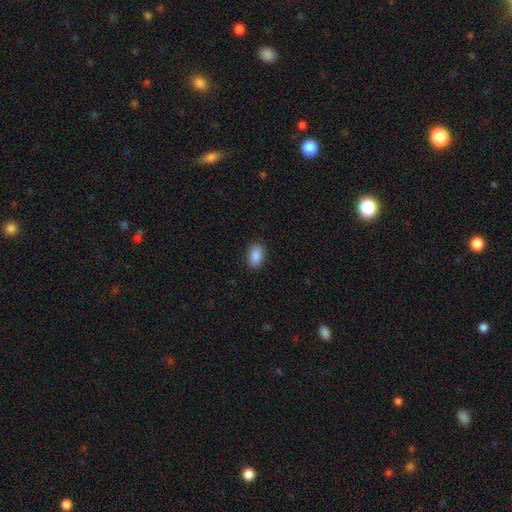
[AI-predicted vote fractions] smooth_or_featured: smooth (p=0.89) [alt: star or artifact p=0.07]
how_rounded: in between (p=0.87) [alt: round p=0.12]
merging: none (p=0.89) [alt: minor disturbance p=0.08]